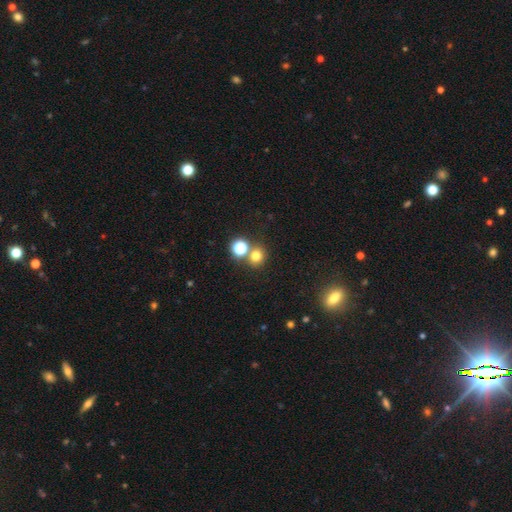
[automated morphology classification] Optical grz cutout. It shows a smooth galaxy with no disk features (73%) that is round (85%). Merging: none (68%).